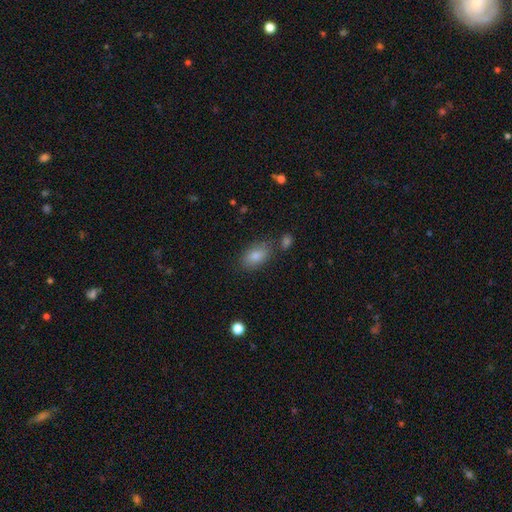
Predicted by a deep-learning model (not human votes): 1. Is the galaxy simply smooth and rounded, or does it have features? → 80% smooth, 11% star or artifact, 9% featured or disk.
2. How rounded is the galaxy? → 89% in between, 8% round, 3% cigar-shaped.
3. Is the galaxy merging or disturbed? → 77% none, 12% minor disturbance, 7% merger, 3% major disturbance.